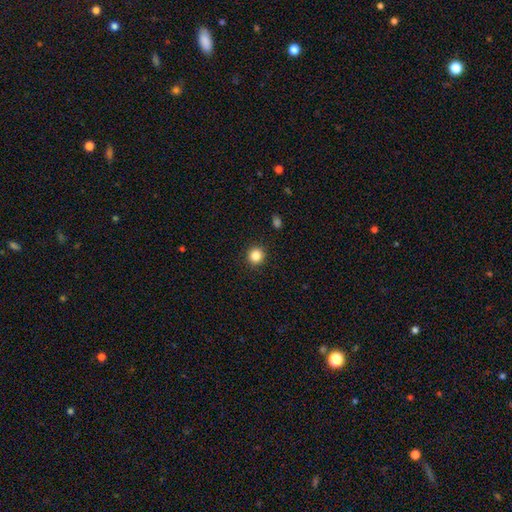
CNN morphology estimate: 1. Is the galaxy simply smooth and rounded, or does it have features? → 84% smooth, 11% star or artifact, 4% featured or disk.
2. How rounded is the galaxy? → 93% round, 6% in between, 1% cigar-shaped.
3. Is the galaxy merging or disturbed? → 92% none, 5% minor disturbance, 2% major disturbance, 1% merger.